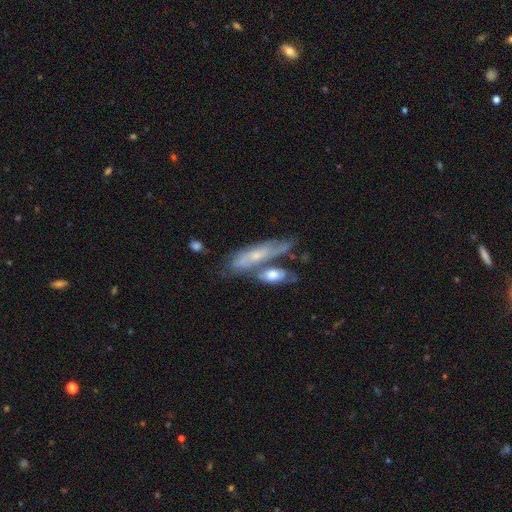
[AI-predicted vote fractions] This is possibly a featured or disk galaxy (55%). It is possibly not viewed edge-on (56%). Merging: marginally none (42%).